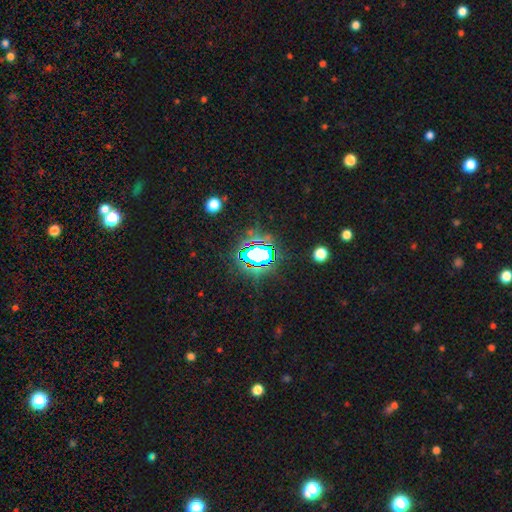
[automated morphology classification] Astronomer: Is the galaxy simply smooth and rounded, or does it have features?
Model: star or artifact — 72%.